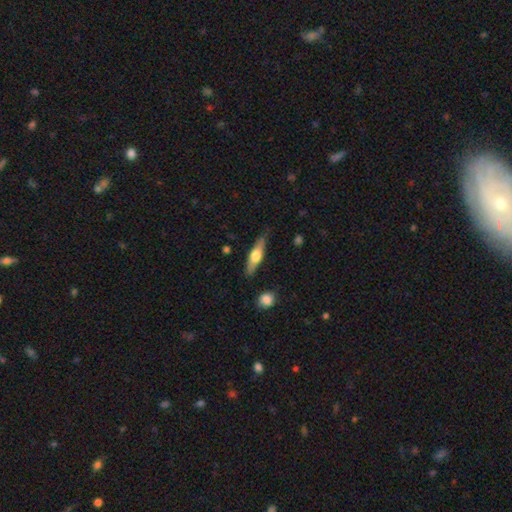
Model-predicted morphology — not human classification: smooth 49%, featured or disk 46%, star or artifact 5%. Down the decision tree: merging — none (82%).